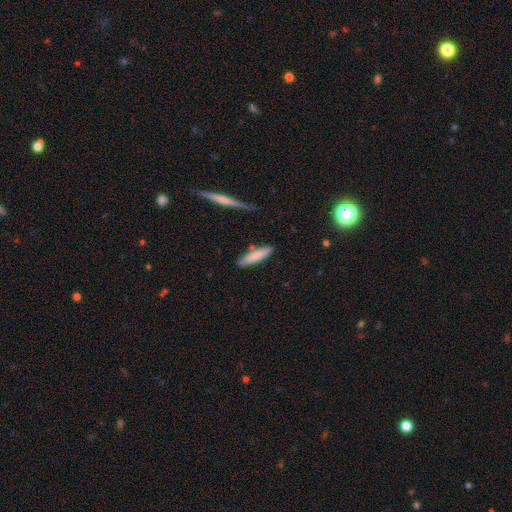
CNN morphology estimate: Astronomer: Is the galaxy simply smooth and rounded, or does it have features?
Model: smooth — 79%.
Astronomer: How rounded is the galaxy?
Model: cigar-shaped — 76%.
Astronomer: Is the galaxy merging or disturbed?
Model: none — 79%.